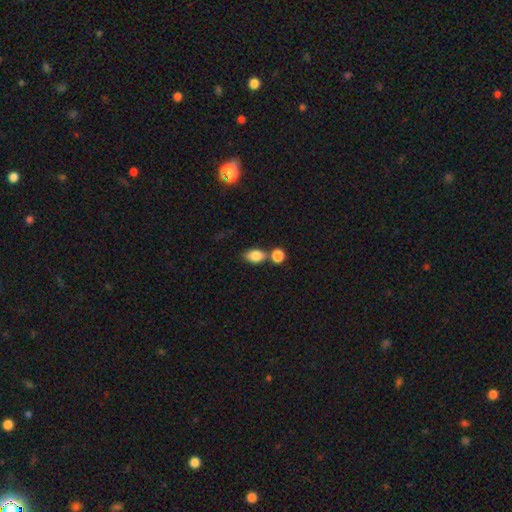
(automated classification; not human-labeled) A smooth galaxy with no disk features (83%) that is in between round and cigar-shaped (78%).

Vote fractions:
- Smooth or featured? smooth: 83% / star or artifact: 9% / featured or disk: 8%
- How rounded? in between: 78% / round: 20% / cigar-shaped: 2%
- Merging? none: 50% / merger: 33% / minor disturbance: 13% / major disturbance: 4%